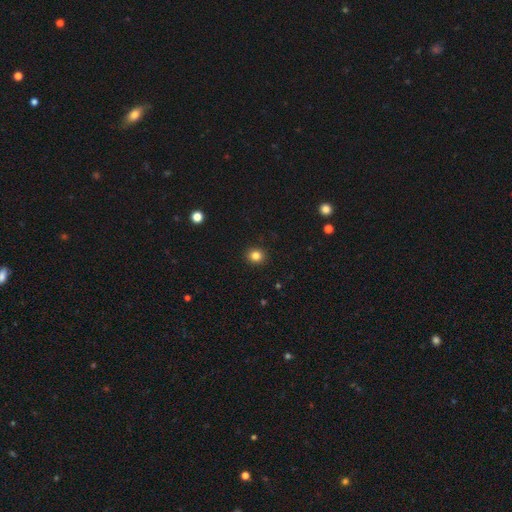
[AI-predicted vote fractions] Smooth or featured?
  - smooth: 84% *
  - star or artifact: 12%
  - featured or disk: 5%
How rounded?
  - round: 82% *
  - in between: 17%
  - cigar-shaped: 1%
Merging?
  - none: 92% *
  - minor disturbance: 6%
  - major disturbance: 2%
  - merger: 1%